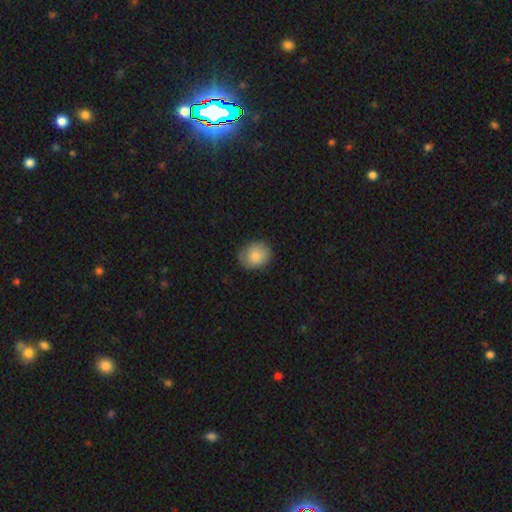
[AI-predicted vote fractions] A smooth galaxy with no disk features (83%) that is round (63%). Merging: none (76%).